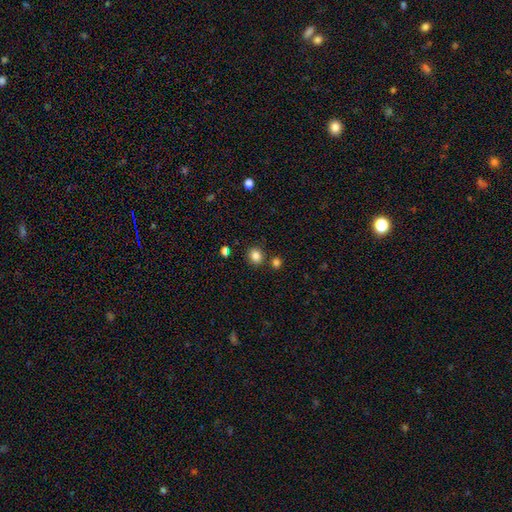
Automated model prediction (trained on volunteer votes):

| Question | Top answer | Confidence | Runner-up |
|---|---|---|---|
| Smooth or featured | smooth | 84% | star or artifact (12%) |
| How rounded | round | 74% | in between (25%) |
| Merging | none | 82% | minor disturbance (8%) |